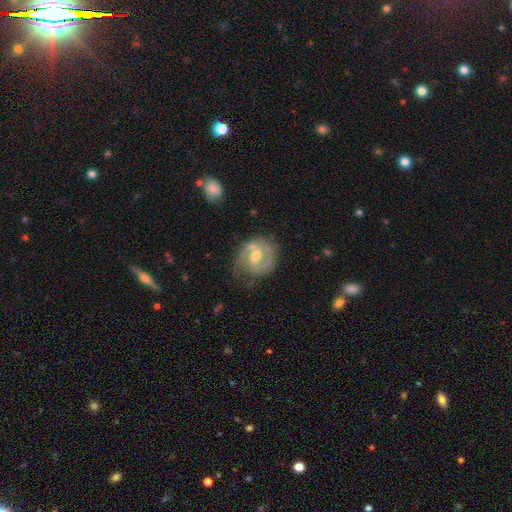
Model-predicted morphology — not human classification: Q: Smooth or featured?
A: featured or disk (82%); runner-up: smooth (13%)
Q: Edge-on disk?
A: no (97%); runner-up: yes (3%)
Q: Bar?
A: weak (53%); runner-up: no (27%)
Q: Spiral arms?
A: yes (90%); runner-up: no (10%)
Q: Spiral winding?
A: medium (45%); runner-up: tight (43%)
Q: Spiral arm count?
A: 2 (76%); runner-up: 1 (11%)
Q: Bulge size?
A: moderate (71%); runner-up: small (21%)
Q: Merging?
A: none (67%); runner-up: minor disturbance (21%)